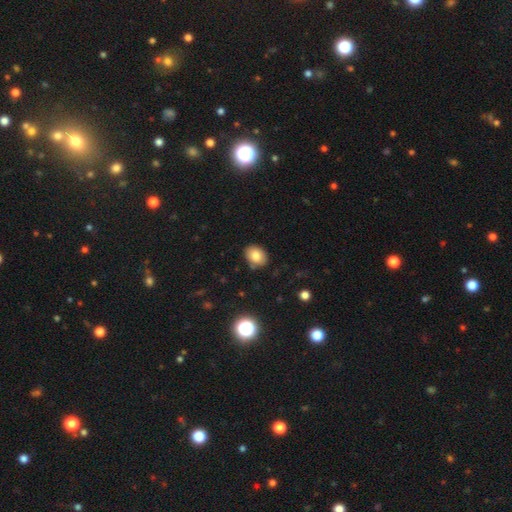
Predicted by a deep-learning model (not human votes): smooth_or_featured: smooth (p=0.81) [alt: star or artifact p=0.10]
how_rounded: in between (p=0.66) [alt: round p=0.33]
merging: none (p=0.82) [alt: minor disturbance p=0.14]